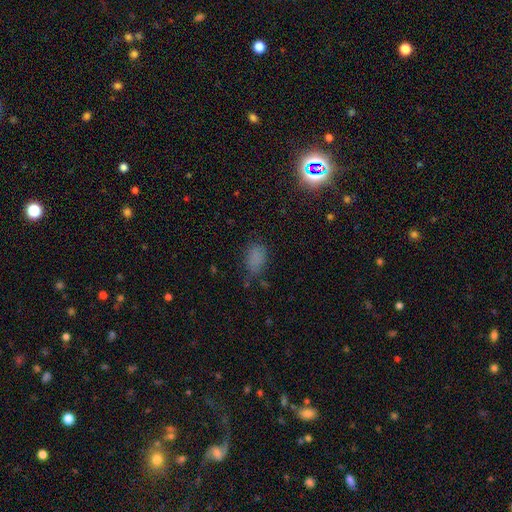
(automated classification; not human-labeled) smooth 71%, star or artifact 21%, featured or disk 8%. Down the decision tree: how rounded — in between (86%); merging — none (62%).